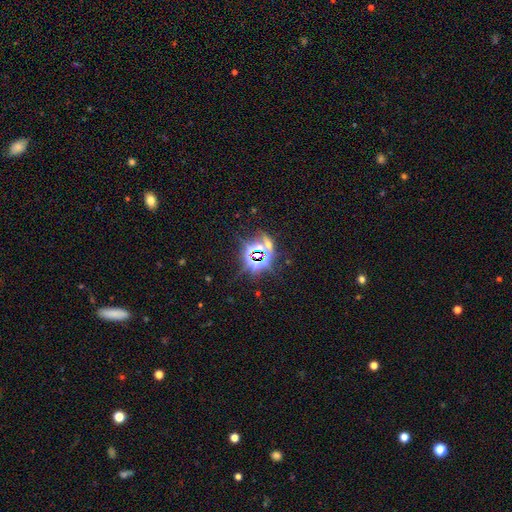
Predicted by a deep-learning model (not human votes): smooth_or_featured: star or artifact (p=0.81) [alt: smooth p=0.10]